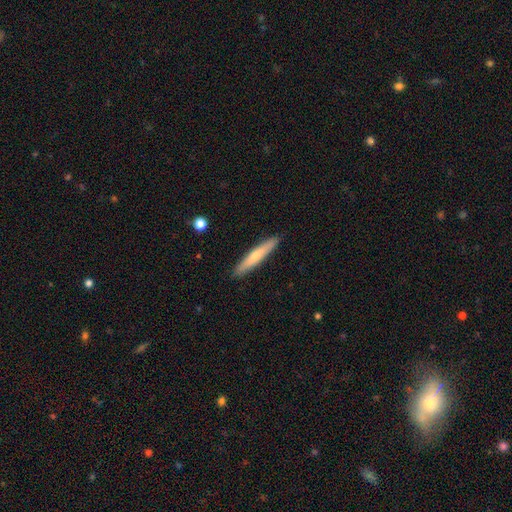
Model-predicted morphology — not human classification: smooth-or-featured: smooth: 62% | featured or disk: 33% | star or artifact: 5%
  how-rounded: cigar-shaped: 94% | in between: 5% | round: 1%
  merging: none: 91% | minor disturbance: 7% | major disturbance: 1% | merger: 1%